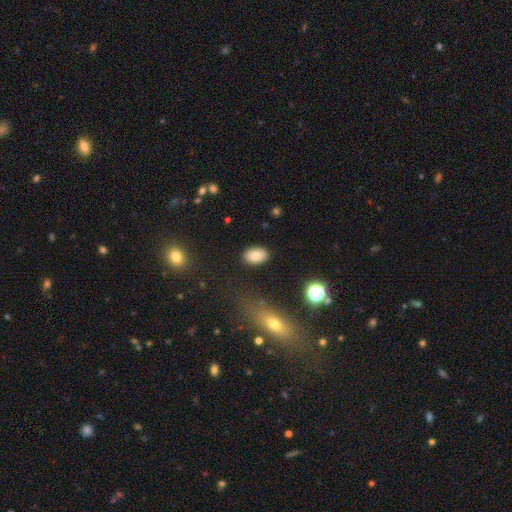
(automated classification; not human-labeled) Morphology: type=smooth (80%); roundness=in between (88%); merging=none (87%).